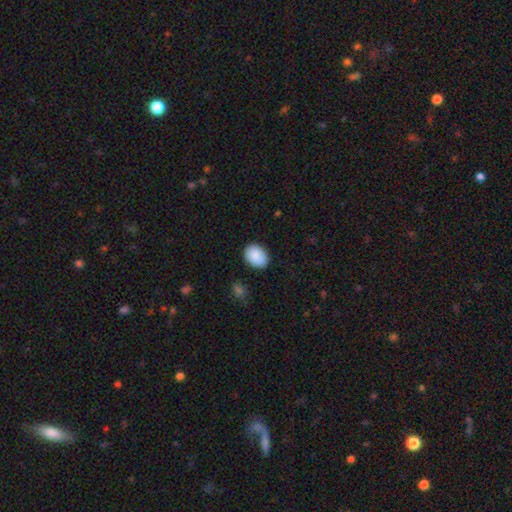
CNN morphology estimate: smooth-or-featured: smooth: 90% | star or artifact: 7% | featured or disk: 4%
  how-rounded: in between: 66% | round: 33% | cigar-shaped: 1%
  merging: none: 86% | minor disturbance: 10% | major disturbance: 2% | merger: 1%